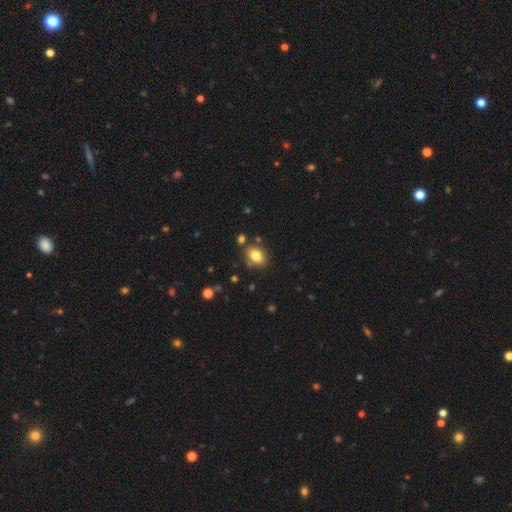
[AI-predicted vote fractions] smooth-or-featured: smooth: 82% | star or artifact: 10% | featured or disk: 9%
  how-rounded: in between: 74% | round: 25% | cigar-shaped: 1%
  merging: none: 77% | minor disturbance: 13% | merger: 7% | major disturbance: 3%